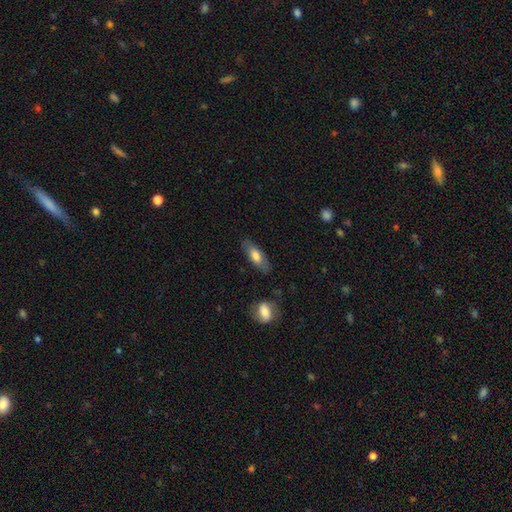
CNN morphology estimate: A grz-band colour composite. It shows a smooth galaxy with no disk features (69%) that is in between round and cigar-shaped (71%). Merging: none (81%).